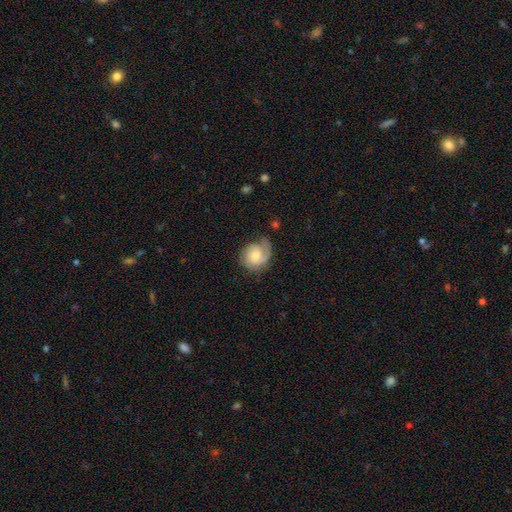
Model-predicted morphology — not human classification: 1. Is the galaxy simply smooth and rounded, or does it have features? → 60% featured or disk, 33% smooth, 7% star or artifact.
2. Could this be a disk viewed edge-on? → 97% no, 3% yes.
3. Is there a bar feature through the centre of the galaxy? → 69% no, 27% weak, 4% strong.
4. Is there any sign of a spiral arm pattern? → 91% yes, 9% no.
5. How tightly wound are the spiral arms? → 48% tight, 36% medium, 16% loose.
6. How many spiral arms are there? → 39% 2, 35% 1, 16% can't tell, 7% 3, 2% 4, 2% more than 4.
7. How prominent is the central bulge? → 44% small, 43% moderate, 7% large, 5% none, 2% dominant.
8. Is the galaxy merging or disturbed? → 61% none, 24% minor disturbance, 12% major disturbance, 2% merger.